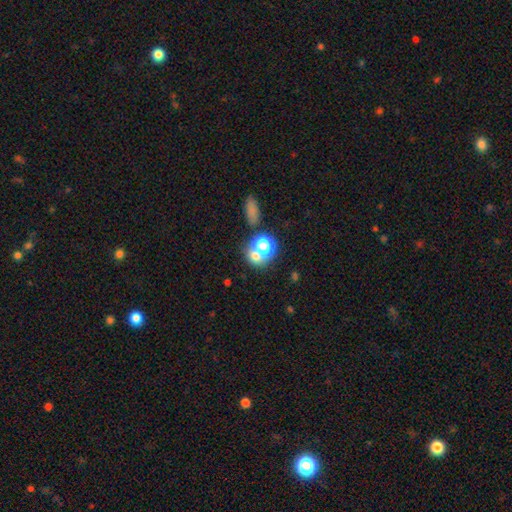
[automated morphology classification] Smooth or featured? Predicted: smooth (p=0.64). How rounded? Predicted: round (p=0.71). Merging? Predicted: none (p=0.48).